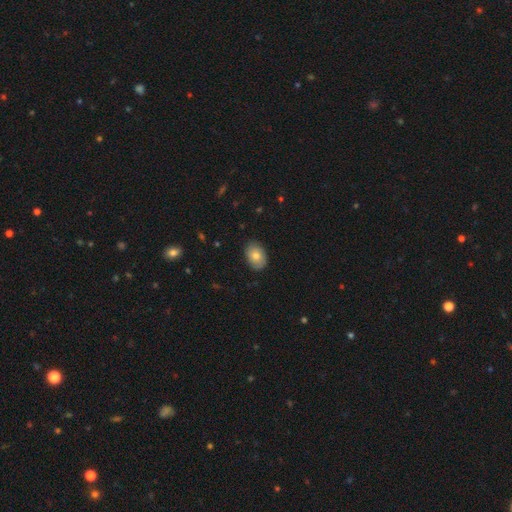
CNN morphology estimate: Smooth or featured? Predicted: smooth (p=0.74). How rounded? Predicted: in between (p=0.81). Merging? Predicted: none (p=0.84).